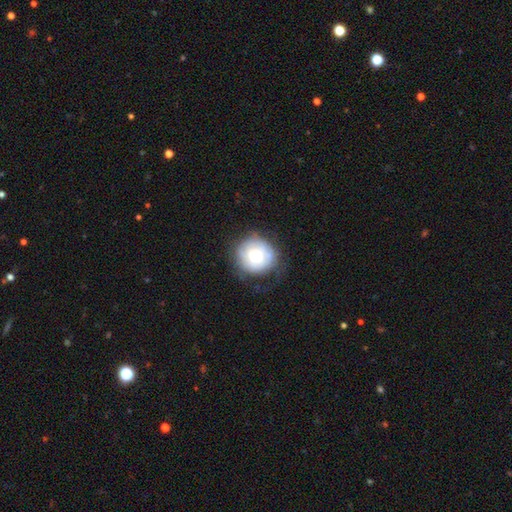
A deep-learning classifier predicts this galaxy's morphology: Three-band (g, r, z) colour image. It shows a smooth galaxy with no disk features (52%) that is round (89%). Merging: none (66%).